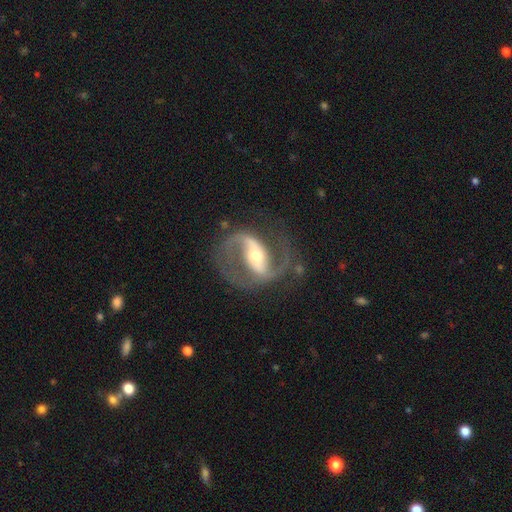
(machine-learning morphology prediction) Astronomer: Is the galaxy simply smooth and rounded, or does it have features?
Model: featured or disk — 91%.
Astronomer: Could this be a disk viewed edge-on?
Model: no — 97%.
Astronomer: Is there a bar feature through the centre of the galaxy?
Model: strong — 57%.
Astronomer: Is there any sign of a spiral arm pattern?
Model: yes — 97%.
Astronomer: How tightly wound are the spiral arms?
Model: medium — 56% (runner-up: loose, 32%).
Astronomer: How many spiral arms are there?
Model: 2 — 93%.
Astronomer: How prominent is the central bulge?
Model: moderate — 64%.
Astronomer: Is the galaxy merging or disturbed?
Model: none — 75%.